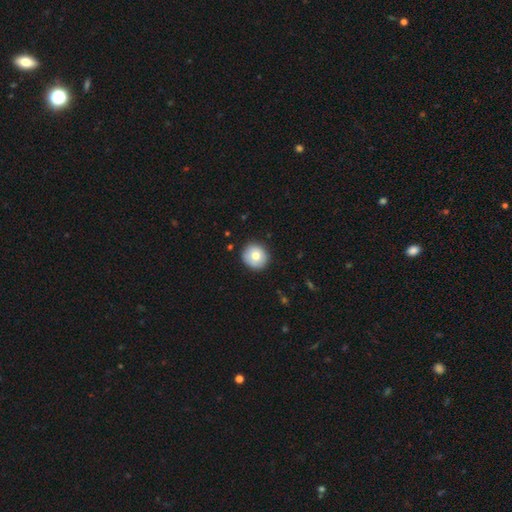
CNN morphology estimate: A smooth galaxy with no disk features (74%) that is round (91%).

Vote fractions:
- Smooth or featured? smooth: 74% / featured or disk: 17% / star or artifact: 8%
- How rounded? round: 91% / in between: 8% / cigar-shaped: 1%
- Merging? none: 89% / minor disturbance: 8% / major disturbance: 2% / merger: 1%